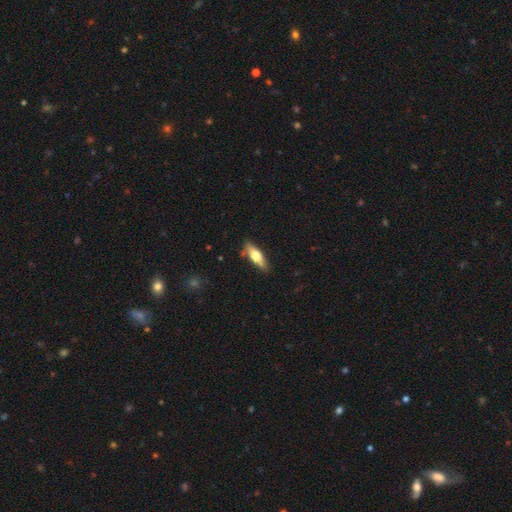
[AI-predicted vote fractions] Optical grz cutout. It shows a smooth galaxy with no disk features (57%) that is in between round and cigar-shaped (50%). Merging: none (83%).